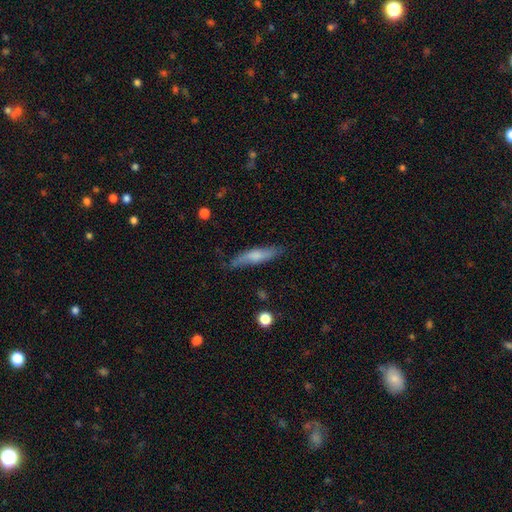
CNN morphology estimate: A smooth galaxy with no disk features (62%) that is cigar-shaped (79%). Merging: none (77%).